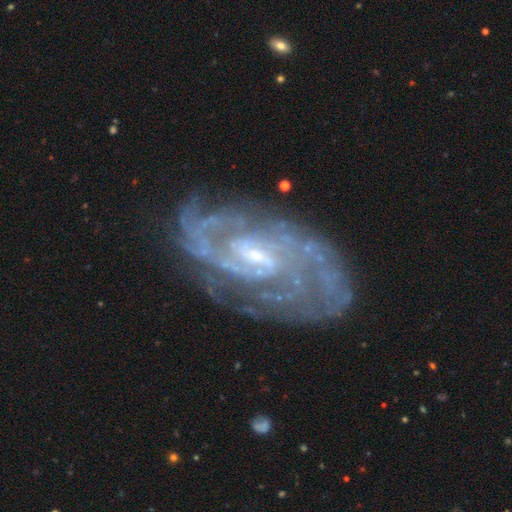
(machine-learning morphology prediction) A featured or disk galaxy (89%) with a weak bar (52%), tight (63%) spiral arms (96%) and a small central bulge (63%). Merging: none (72%).